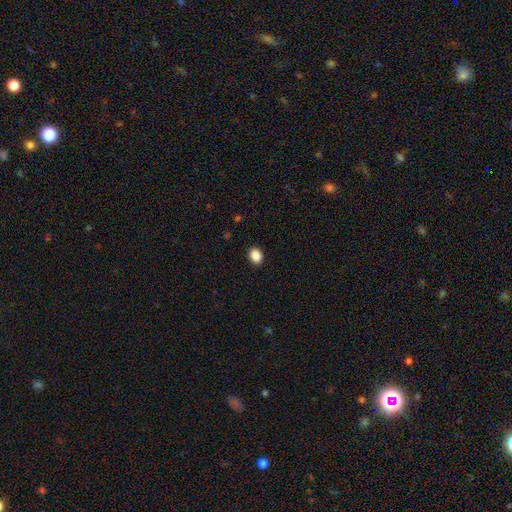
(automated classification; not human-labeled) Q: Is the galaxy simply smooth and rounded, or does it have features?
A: smooth — 88%.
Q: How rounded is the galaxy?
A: in between — 53%.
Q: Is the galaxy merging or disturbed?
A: none — 91%.